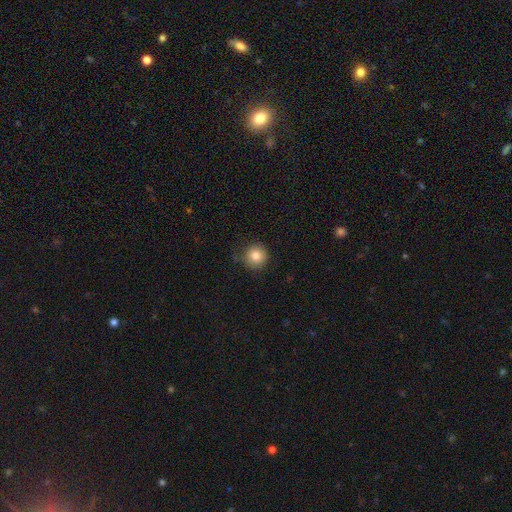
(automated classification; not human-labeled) Morphology: type=smooth (83%); roundness=round (94%); merging=none (76%).